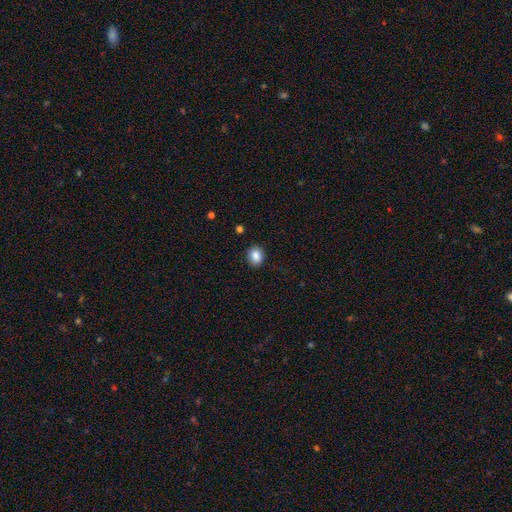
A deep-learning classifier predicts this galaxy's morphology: Smooth or featured?
  - smooth: 87% *
  - star or artifact: 9%
  - featured or disk: 4%
How rounded?
  - round: 58% *
  - in between: 41%
  - cigar-shaped: 1%
Merging?
  - none: 90% *
  - minor disturbance: 7%
  - major disturbance: 2%
  - merger: 1%